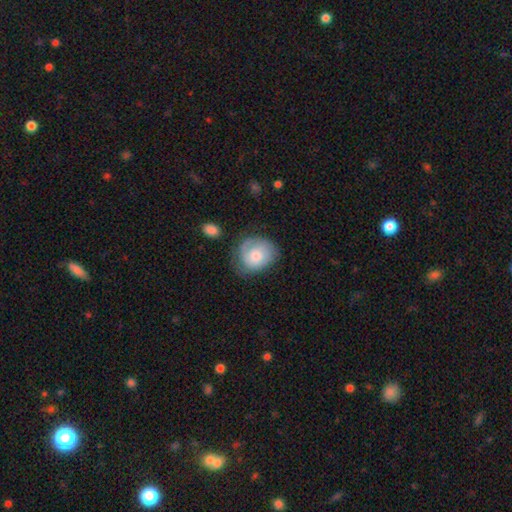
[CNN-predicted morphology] A smooth galaxy with no disk features (49%). Merging: none (64%).